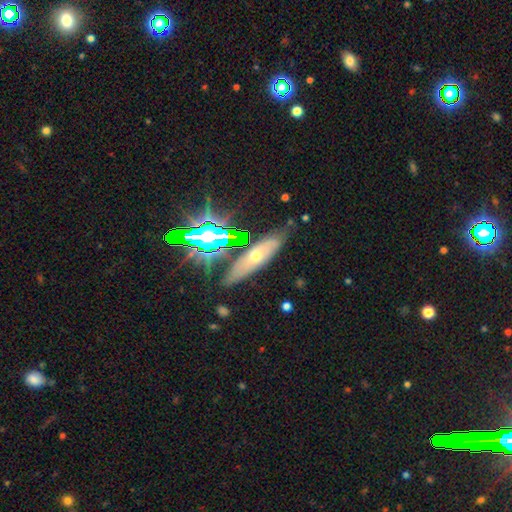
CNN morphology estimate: Smooth or featured? Predicted: featured or disk (p=0.41). Merging? Predicted: none (p=0.75).